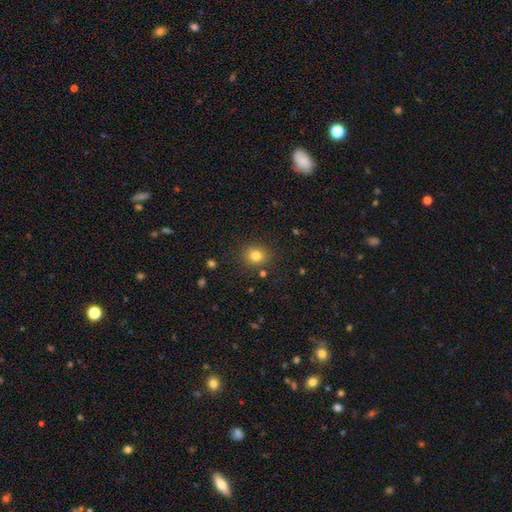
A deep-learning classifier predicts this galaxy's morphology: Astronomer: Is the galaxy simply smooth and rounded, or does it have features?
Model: smooth — 80%.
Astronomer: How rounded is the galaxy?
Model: round — 76%.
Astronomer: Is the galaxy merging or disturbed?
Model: none — 85%.